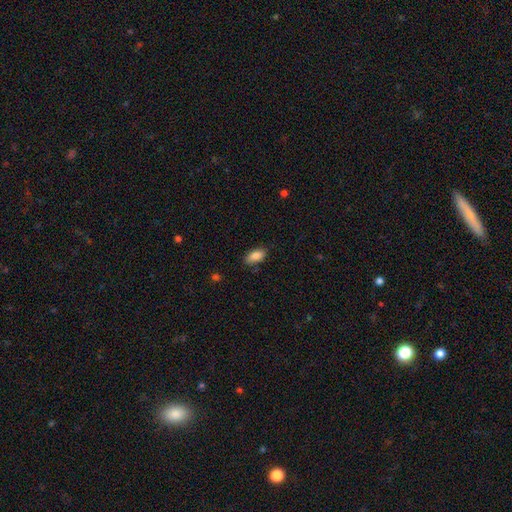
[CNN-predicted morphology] This is clearly a smooth galaxy (86%). How rounded: clearly in between (91%). Merging: clearly none (80%).